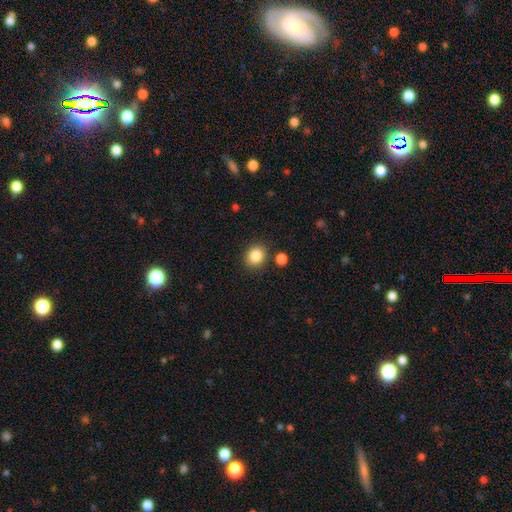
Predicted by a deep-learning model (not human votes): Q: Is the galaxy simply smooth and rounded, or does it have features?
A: smooth — 86%.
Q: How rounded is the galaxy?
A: round — 75%.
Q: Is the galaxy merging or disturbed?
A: none — 85%.